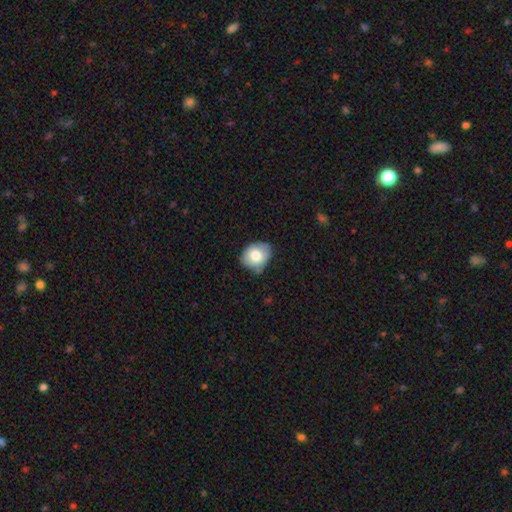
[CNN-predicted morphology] This is likely a smooth galaxy (74%). How rounded: possibly round (51%). Merging: possibly none (59%).